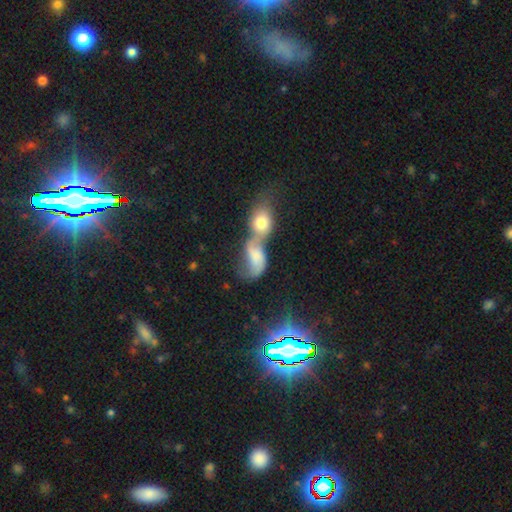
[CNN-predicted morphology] smooth_or_featured: smooth (p=0.45) [alt: featured or disk p=0.34]
merging: merger (p=0.78) [alt: none p=0.10]